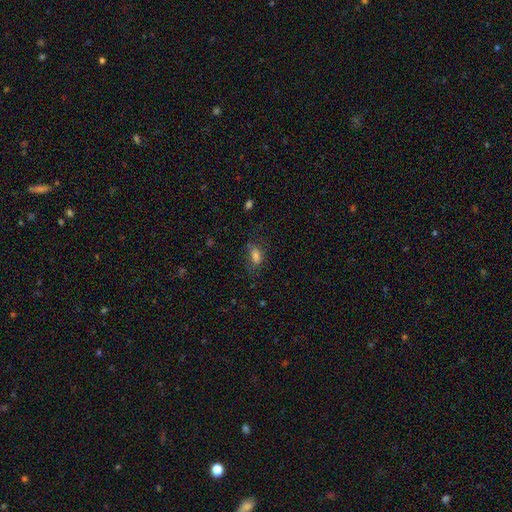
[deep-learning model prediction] A smooth galaxy with no disk features (72%) that is in between round and cigar-shaped (80%).

Vote fractions:
- Smooth or featured? smooth: 72% / star or artifact: 15% / featured or disk: 13%
- How rounded? in between: 80% / cigar-shaped: 11% / round: 9%
- Merging? none: 60% / minor disturbance: 23% / major disturbance: 15% / merger: 2%